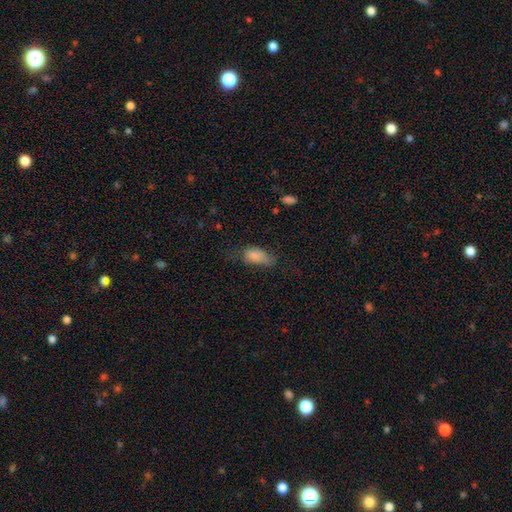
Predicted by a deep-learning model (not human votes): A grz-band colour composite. It shows a smooth galaxy with no disk features (81%) that is in between round and cigar-shaped (89%). Merging: none (40%).